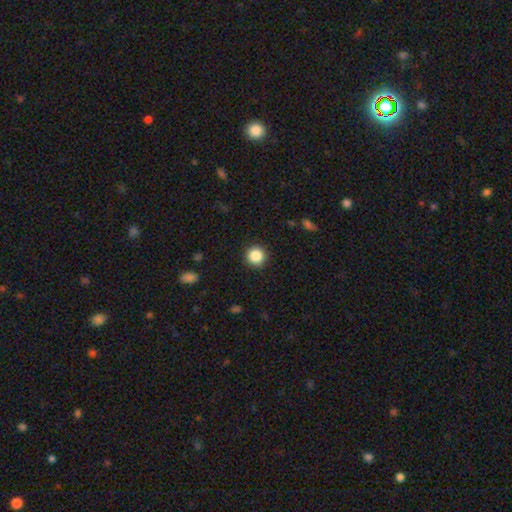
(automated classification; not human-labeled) Smooth or featured?
  - smooth: 86% *
  - star or artifact: 10%
  - featured or disk: 4%
How rounded?
  - round: 95% *
  - in between: 4%
  - cigar-shaped: 1%
Merging?
  - none: 92% *
  - minor disturbance: 6%
  - major disturbance: 2%
  - merger: 1%